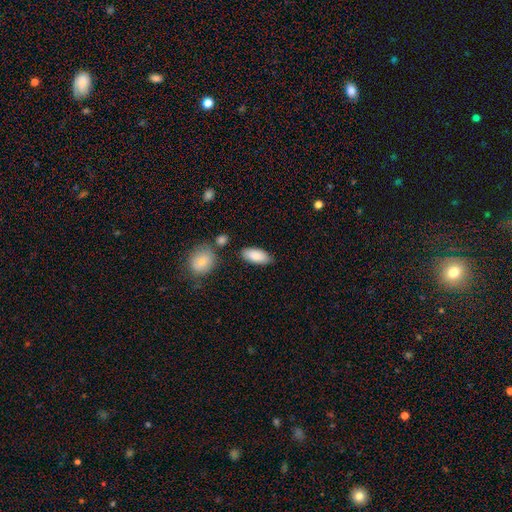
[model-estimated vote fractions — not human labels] This appears to be a smooth galaxy with no disk features (86%) that is in between round and cigar-shaped (89%). Merging: none (79%).